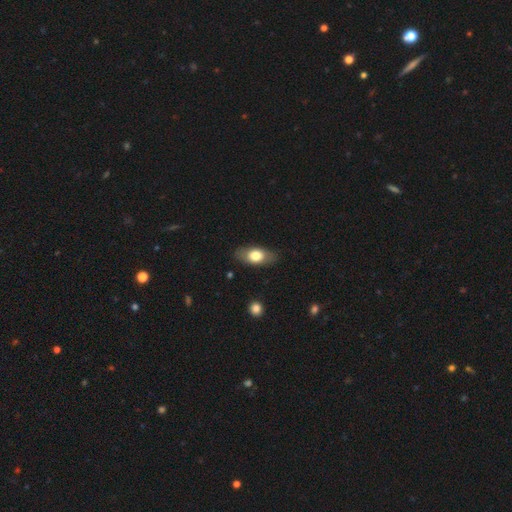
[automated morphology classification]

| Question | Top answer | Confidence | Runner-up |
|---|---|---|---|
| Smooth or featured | smooth | 68% | featured or disk (25%) |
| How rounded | in between | 84% | cigar-shaped (9%) |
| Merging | none | 82% | minor disturbance (14%) |